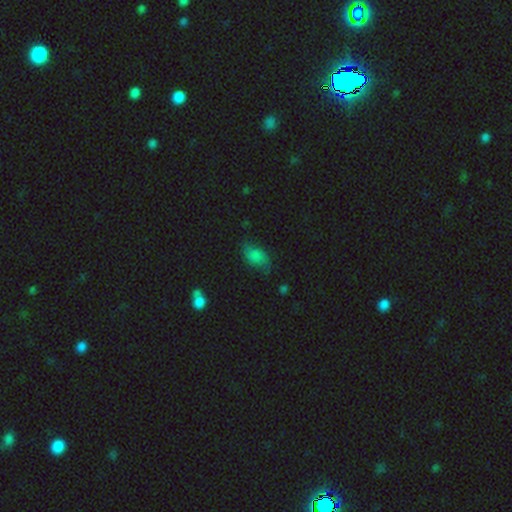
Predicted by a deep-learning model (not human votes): Smooth or featured?
  - smooth: 62% *
  - featured or disk: 24%
  - star or artifact: 14%
How rounded?
  - in between: 89% *
  - round: 9%
  - cigar-shaped: 3%
Merging?
  - none: 56% *
  - minor disturbance: 29%
  - major disturbance: 13%
  - merger: 2%